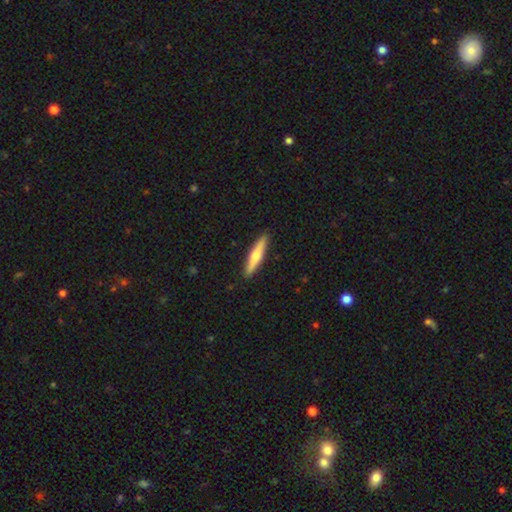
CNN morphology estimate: The model was most divided on "smooth or featured": smooth: 54%, featured or disk: 41%, star or artifact: 5%. More confident: merging — none (91%); how rounded — cigar-shaped (90%).